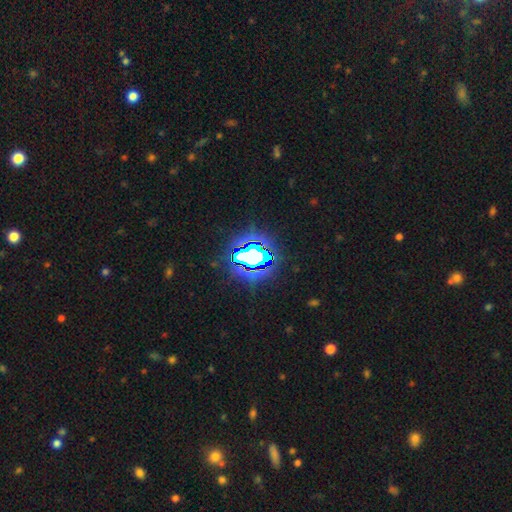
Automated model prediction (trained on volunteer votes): The model was most divided on "smooth or featured": star or artifact: 69%, smooth: 17%, featured or disk: 14%.